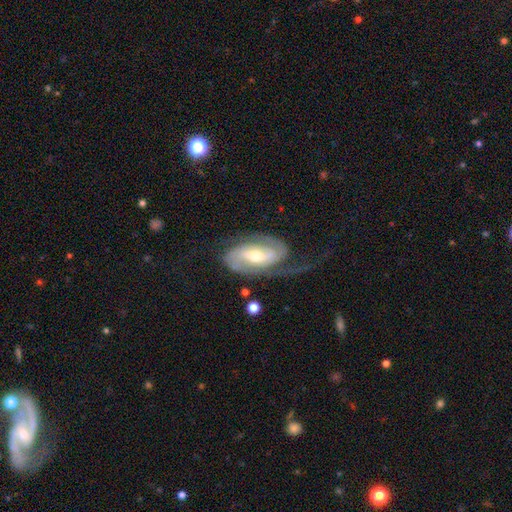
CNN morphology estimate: Q: Smooth or featured?
A: featured or disk (86%); runner-up: smooth (9%)
Q: Edge-on disk?
A: no (96%); runner-up: yes (4%)
Q: Bar?
A: weak (43%); runner-up: strong (30%)
Q: Spiral arms?
A: yes (96%); runner-up: no (4%)
Q: Spiral winding?
A: medium (42%); runner-up: tight (36%)
Q: Spiral arm count?
A: 2 (77%); runner-up: 1 (9%)
Q: Bulge size?
A: moderate (62%); runner-up: small (31%)
Q: Merging?
A: none (51%); runner-up: major disturbance (27%)